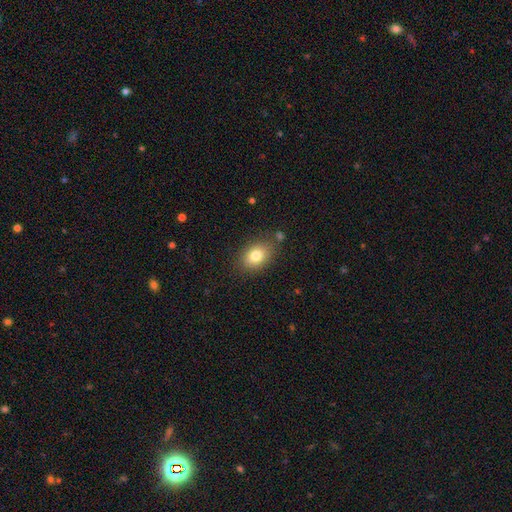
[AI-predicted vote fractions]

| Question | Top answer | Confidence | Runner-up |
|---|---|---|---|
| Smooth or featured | smooth | 80% | featured or disk (10%) |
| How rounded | in between | 76% | round (22%) |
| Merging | none | 80% | minor disturbance (13%) |